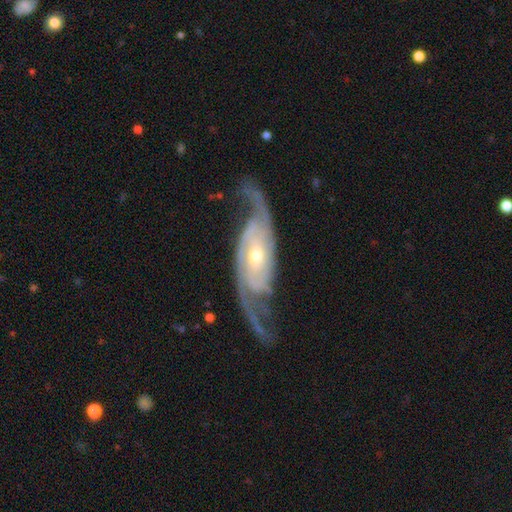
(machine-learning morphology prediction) type=featured or disk (91%); edge-on=no (92%); bar=no (54%); spiral arms=yes (98%); winding=medium (45%); arm count=2 (83%); bulge=moderate (51%); merging=none (71%).